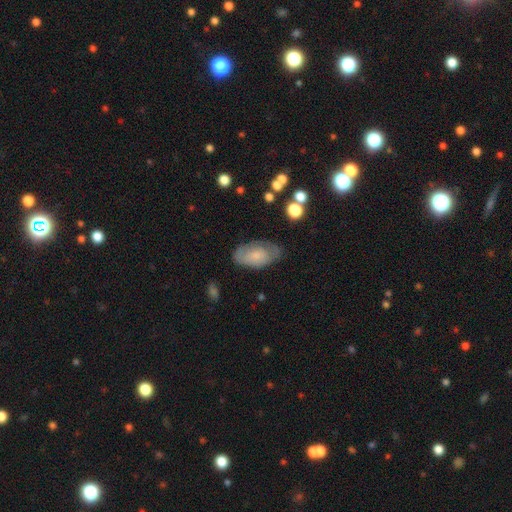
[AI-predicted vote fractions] Smooth or featured: smooth — 59% (featured or disk — 34%)
How rounded: in between — 93% (round — 4%)
Merging: none — 66% (minor disturbance — 24%)